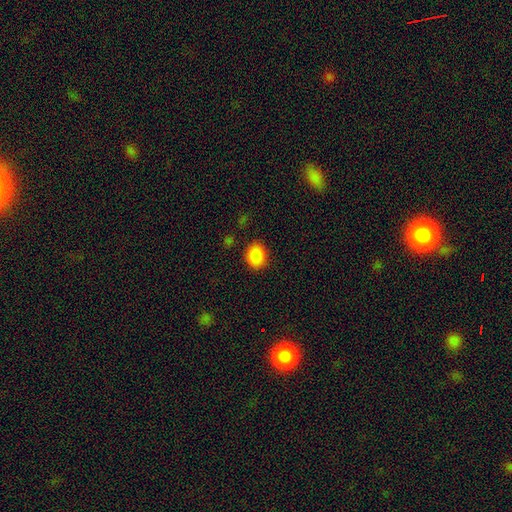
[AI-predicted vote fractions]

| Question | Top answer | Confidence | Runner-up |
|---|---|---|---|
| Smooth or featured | smooth | 87% | star or artifact (9%) |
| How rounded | round | 57% | in between (42%) |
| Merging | none | 85% | minor disturbance (10%) |